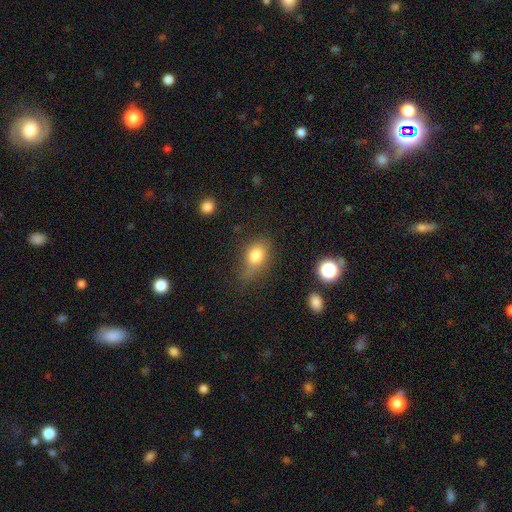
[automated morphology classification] Smooth or featured? Predicted: smooth (p=0.79). How rounded? Predicted: in between (p=0.72). Merging? Predicted: none (p=0.56).